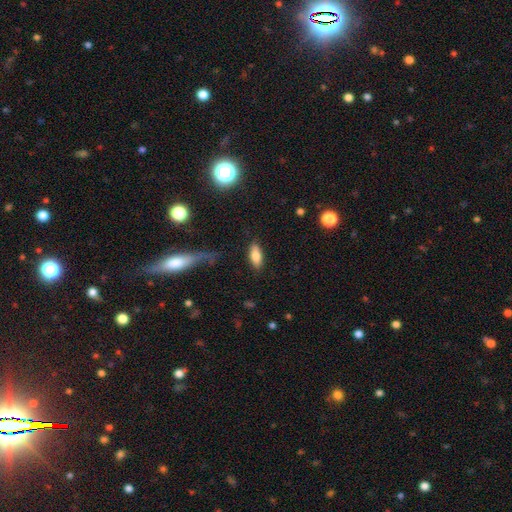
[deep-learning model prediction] This is likely a smooth galaxy (79%). How rounded: likely in between (80%). Merging: clearly none (83%).